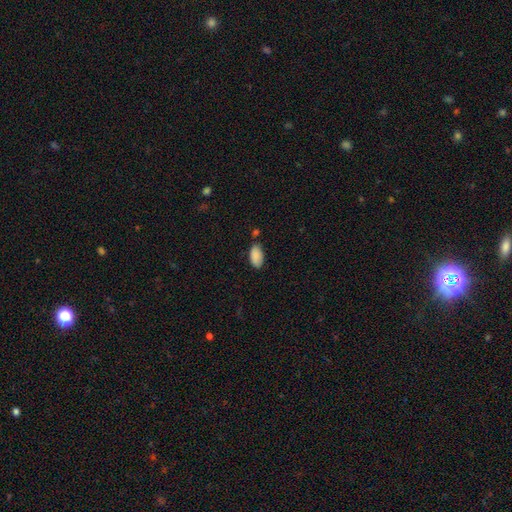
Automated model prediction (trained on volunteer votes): Smooth or featured? smooth (89%)
How rounded? in between (94%)
Merging? none (73%)